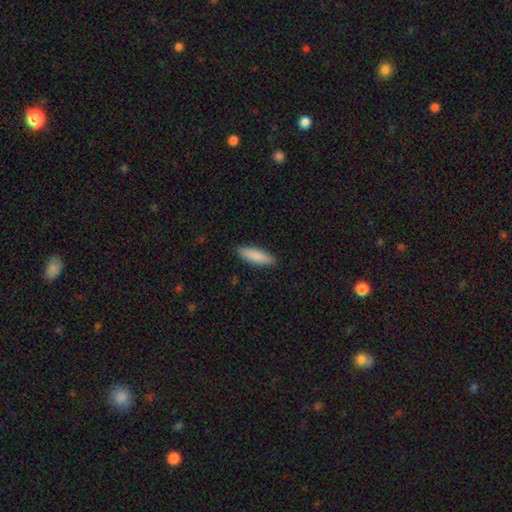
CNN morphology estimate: Smooth or featured? Predicted: smooth (p=0.87). How rounded? Predicted: cigar-shaped (p=0.59). Merging? Predicted: none (p=0.89).